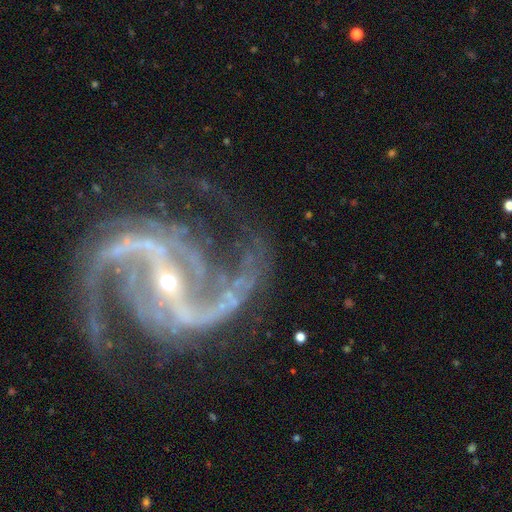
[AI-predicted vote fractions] Overall: featured or disk (92%). Edge-on disk: no (98%). Bar: strong (69%). Spiral arms: yes (98%). Spiral arm count: 2 (79%). Spiral winding: medium (51%; loose 35%). Bulge size: small (74%). Merging: none (60%; major disturbance 20%).